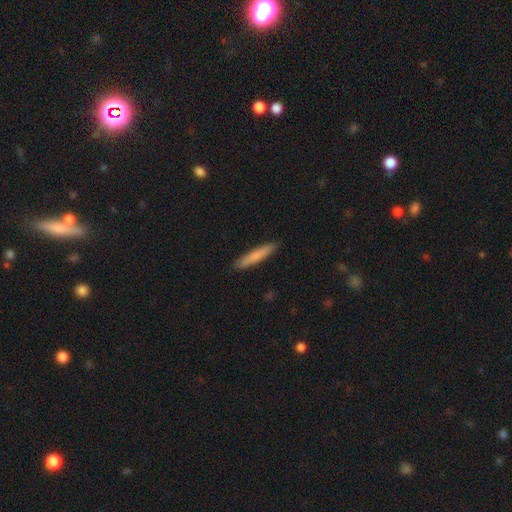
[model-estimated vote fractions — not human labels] Smooth or featured?
  - smooth: 77% *
  - featured or disk: 17%
  - star or artifact: 5%
How rounded?
  - cigar-shaped: 93% *
  - in between: 6%
  - round: 1%
Merging?
  - none: 90% *
  - minor disturbance: 7%
  - major disturbance: 1%
  - merger: 1%